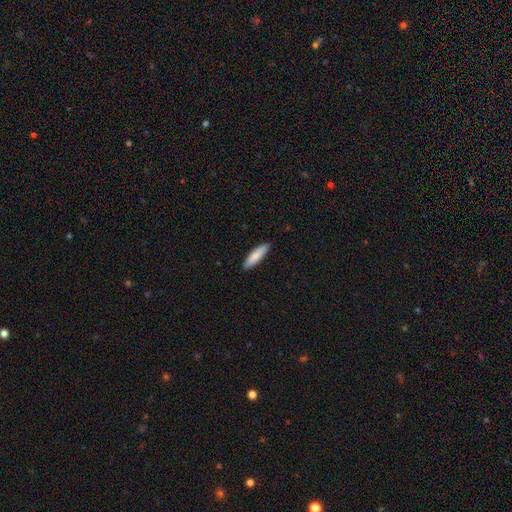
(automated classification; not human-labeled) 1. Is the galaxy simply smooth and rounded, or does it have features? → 84% smooth, 11% featured or disk, 5% star or artifact.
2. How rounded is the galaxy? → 66% cigar-shaped, 33% in between, 1% round.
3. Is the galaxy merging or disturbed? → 90% none, 8% minor disturbance, 1% major disturbance, 1% merger.